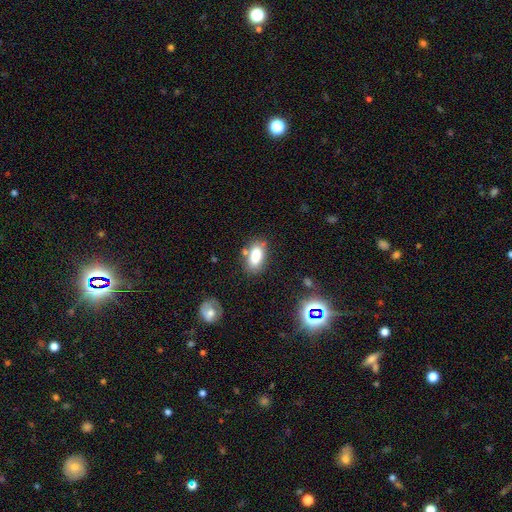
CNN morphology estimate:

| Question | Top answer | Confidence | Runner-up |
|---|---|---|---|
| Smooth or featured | smooth | 82% | star or artifact (9%) |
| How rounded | in between | 89% | round (6%) |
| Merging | none | 69% | minor disturbance (17%) |